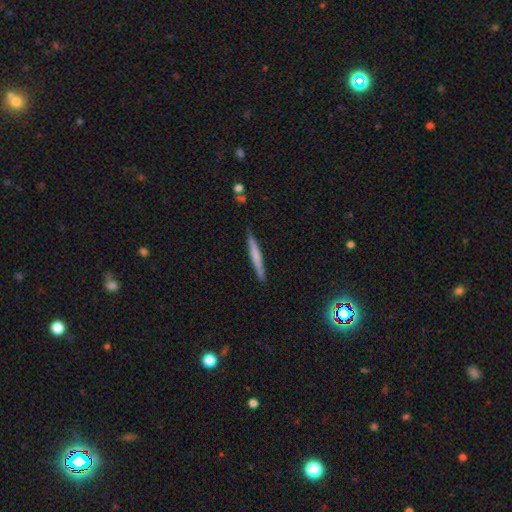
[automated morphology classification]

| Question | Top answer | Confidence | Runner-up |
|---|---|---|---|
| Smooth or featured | smooth | 58% | featured or disk (35%) |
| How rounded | cigar-shaped | 96% | in between (3%) |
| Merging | none | 88% | minor disturbance (9%) |